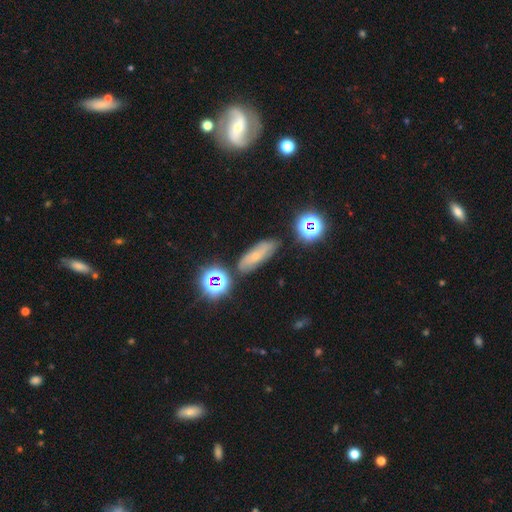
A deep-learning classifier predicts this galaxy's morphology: Q: Smooth or featured?
A: smooth (47%); runner-up: featured or disk (31%)
Q: Merging?
A: none (75%); runner-up: minor disturbance (16%)